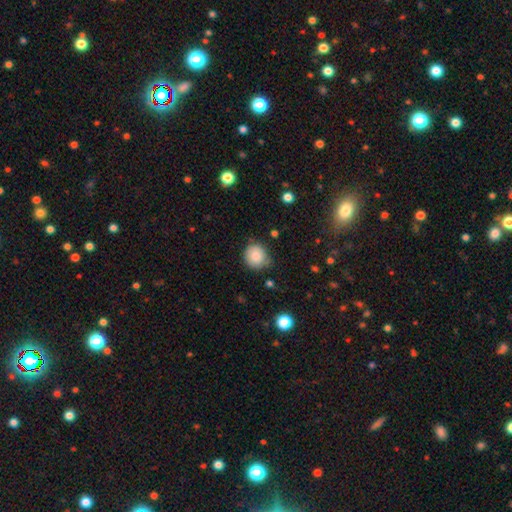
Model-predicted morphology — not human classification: type=smooth (83%); roundness=round (88%); merging=none (74%).